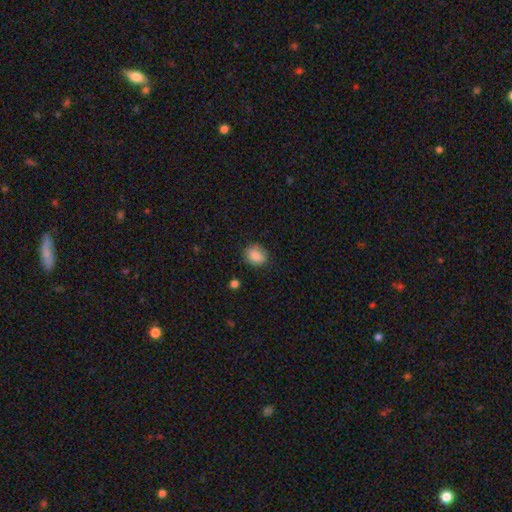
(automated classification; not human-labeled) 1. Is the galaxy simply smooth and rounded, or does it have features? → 86% smooth, 8% star or artifact, 6% featured or disk.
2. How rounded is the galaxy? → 60% round, 39% in between, 1% cigar-shaped.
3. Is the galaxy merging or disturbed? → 84% none, 12% minor disturbance, 3% major disturbance, 1% merger.